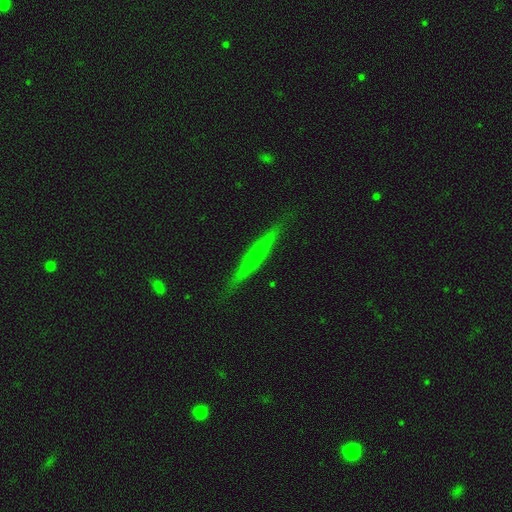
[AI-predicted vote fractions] Smooth or featured: featured or disk — 53% (smooth — 40%)
Edge-on disk: yes — 95% (no — 5%)
Merging: none — 88% (minor disturbance — 9%)